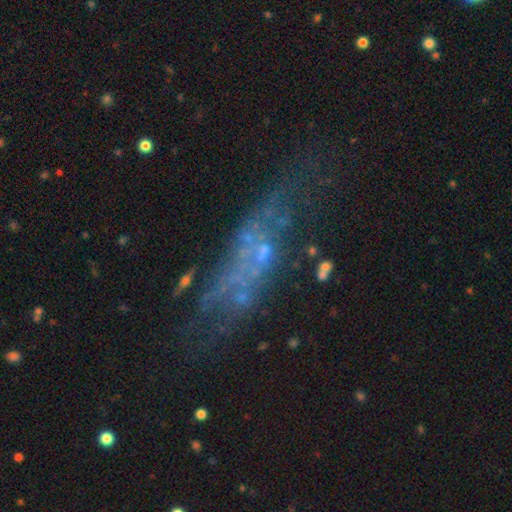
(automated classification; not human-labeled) Smooth or featured? featured or disk (51%)
Edge-on disk? no (74%)
Merging? none (48%)